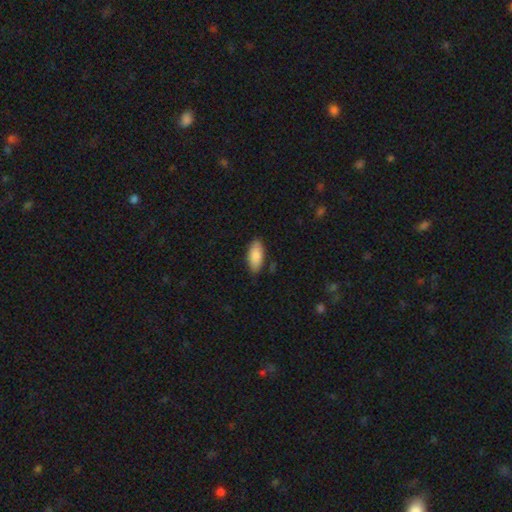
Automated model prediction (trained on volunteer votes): This is clearly a smooth galaxy (85%). How rounded: clearly in between (88%). Merging: clearly none (84%).